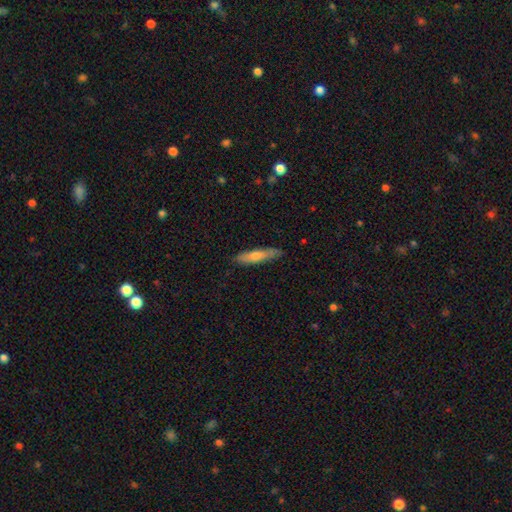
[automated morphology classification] This is likely a smooth galaxy (63%). How rounded: clearly cigar-shaped (83%). Merging: clearly none (84%).